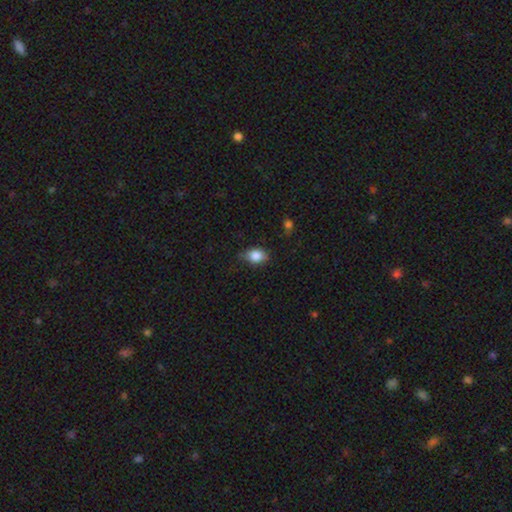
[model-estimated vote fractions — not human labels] Smooth or featured? smooth (83%)
How rounded? in between (66%)
Merging? none (66%)